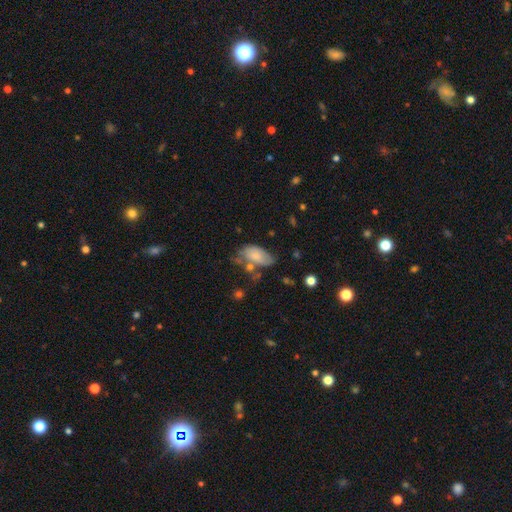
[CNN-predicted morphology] Overall: smooth (71%). How rounded: in between (93%). Merging: minor disturbance (31%, tied with none).